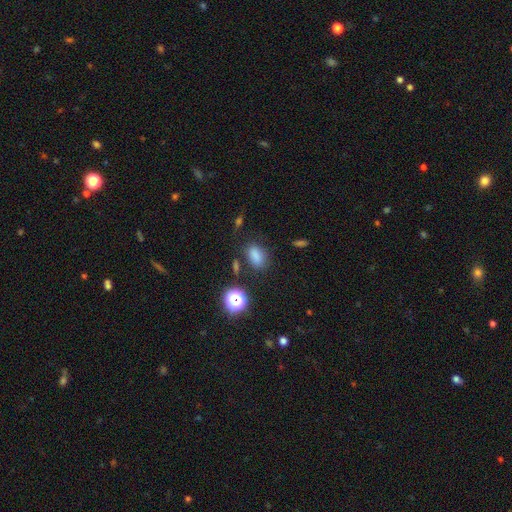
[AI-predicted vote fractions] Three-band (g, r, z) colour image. It shows a smooth galaxy with no disk features (78%) that is in between round and cigar-shaped (79%). Merging: none (74%).